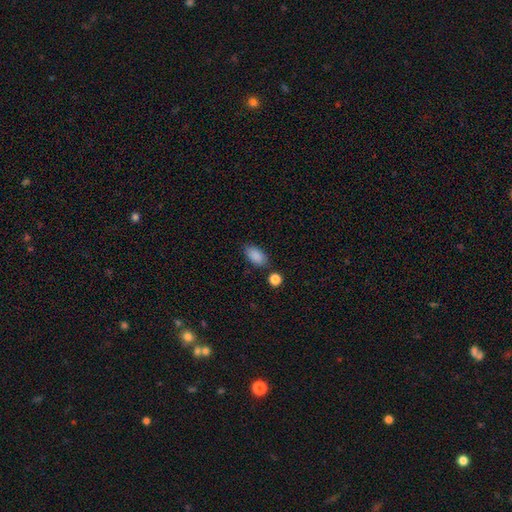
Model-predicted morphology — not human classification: This is clearly a smooth galaxy (88%). How rounded: clearly in between (92%). Merging: likely none (79%).